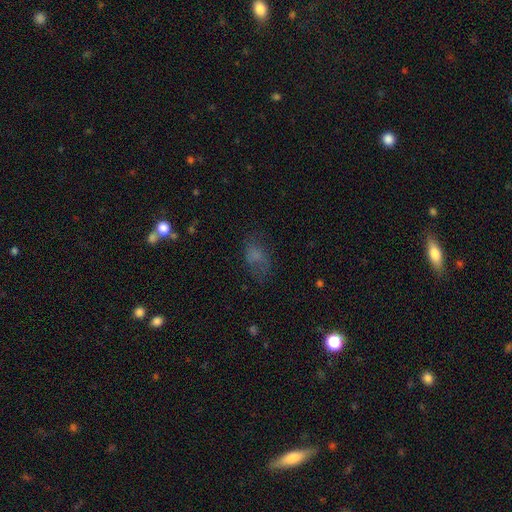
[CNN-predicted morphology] Smooth or featured? Predicted: smooth (p=0.62). How rounded? Predicted: in between (p=0.82). Merging? Predicted: none (p=0.53).